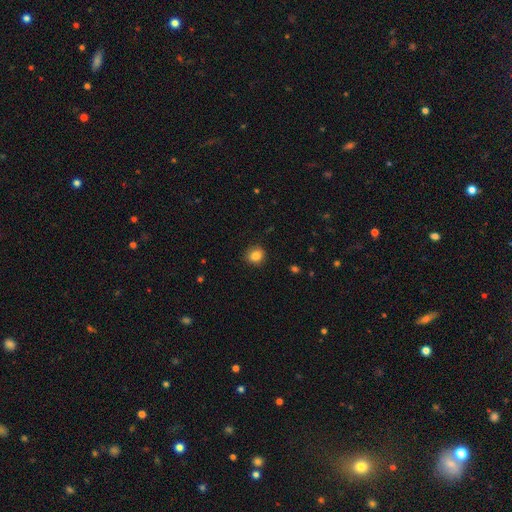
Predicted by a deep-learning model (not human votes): Smooth or featured?
  - smooth: 85% *
  - star or artifact: 10%
  - featured or disk: 5%
How rounded?
  - round: 78% *
  - in between: 21%
  - cigar-shaped: 1%
Merging?
  - none: 86% *
  - minor disturbance: 10%
  - major disturbance: 2%
  - merger: 1%